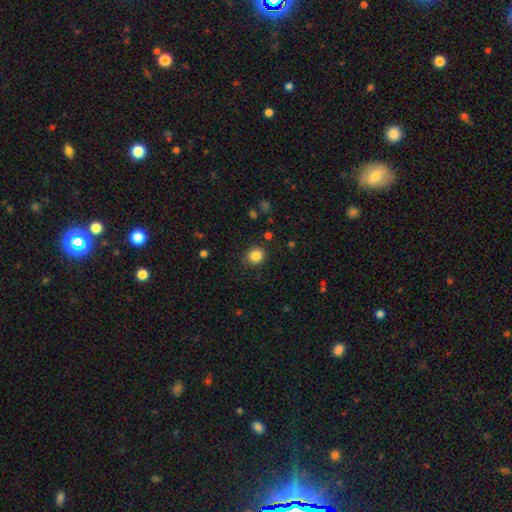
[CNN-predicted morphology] A smooth galaxy with no disk features (85%) that is round (84%).

Vote fractions:
- Smooth or featured? smooth: 85% / star or artifact: 11% / featured or disk: 5%
- How rounded? round: 84% / in between: 15% / cigar-shaped: 1%
- Merging? none: 86% / minor disturbance: 9% / major disturbance: 3% / merger: 2%